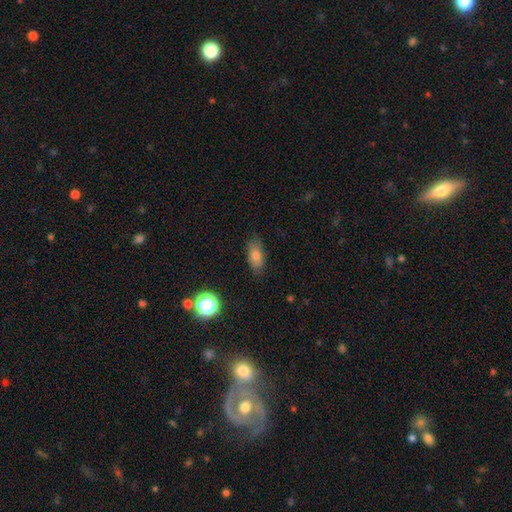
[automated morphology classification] smooth_or_featured: smooth (p=0.77) [alt: featured or disk p=0.12]
how_rounded: in between (p=0.83) [alt: cigar-shaped p=0.10]
merging: none (p=0.80) [alt: minor disturbance p=0.15]